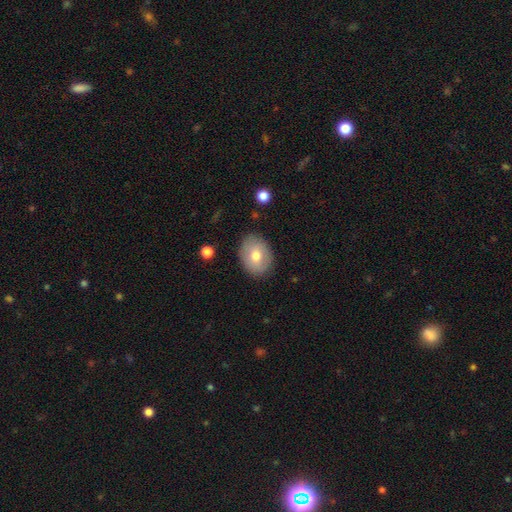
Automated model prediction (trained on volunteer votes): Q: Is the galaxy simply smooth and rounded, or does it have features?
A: smooth — 67%.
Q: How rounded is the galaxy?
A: in between — 61%.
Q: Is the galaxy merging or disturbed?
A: none — 81%.